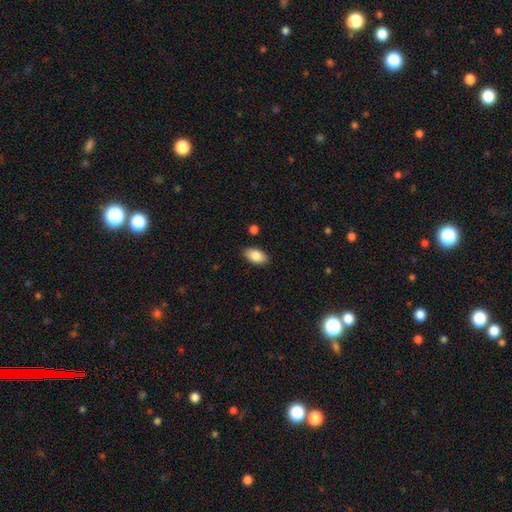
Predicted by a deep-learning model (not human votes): A smooth galaxy with no disk features (84%) that is in between round and cigar-shaped (93%).

Vote fractions:
- Smooth or featured? smooth: 84% / featured or disk: 9% / star or artifact: 7%
- How rounded? in between: 93% / round: 4% / cigar-shaped: 2%
- Merging? none: 87% / minor disturbance: 9% / major disturbance: 2% / merger: 2%